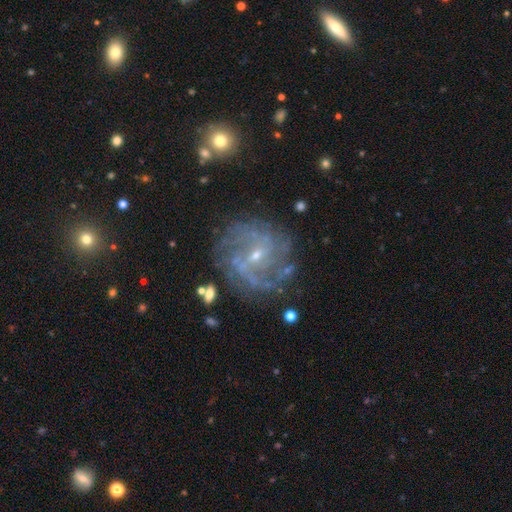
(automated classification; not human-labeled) Smooth or featured? Predicted: featured or disk (p=0.84). Edge-on disk? Predicted: no (p=0.97). Bar? Predicted: weak (p=0.53). Spiral arms? Predicted: yes (p=0.93). Spiral winding? Predicted: tight (p=0.45). Spiral arm count? Predicted: can't tell (p=0.33). Bulge size? Predicted: small (p=0.76). Merging? Predicted: none (p=0.73).